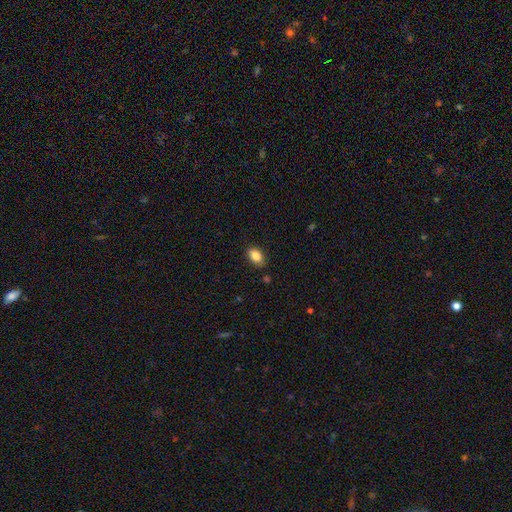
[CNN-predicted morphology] A smooth galaxy with no disk features (86%) that is in between round and cigar-shaped (89%). Merging: none (85%).